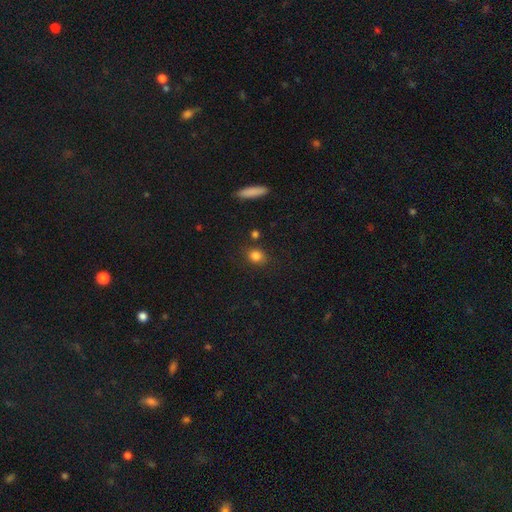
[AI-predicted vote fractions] smooth_or_featured: smooth (p=0.83) [alt: star or artifact p=0.11]
how_rounded: round (p=0.63) [alt: in between p=0.35]
merging: none (p=0.82) [alt: minor disturbance p=0.11]